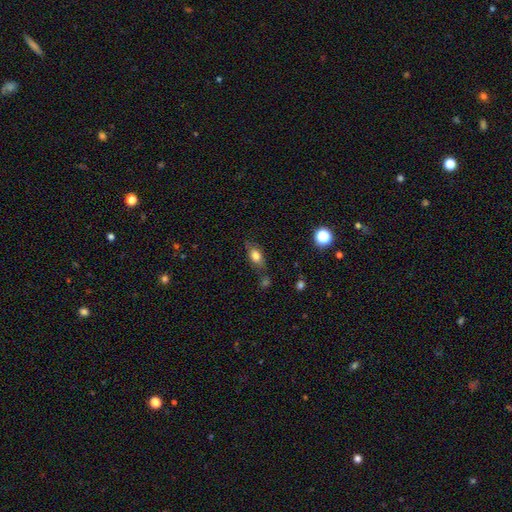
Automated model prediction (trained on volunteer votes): Morphology: type=smooth (78%); roundness=in between (80%); merging=none (68%).